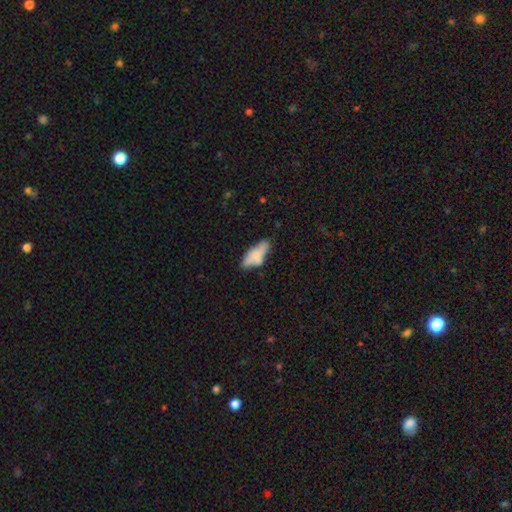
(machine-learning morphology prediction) This appears to be a smooth galaxy with no disk features (63%) that is in between round and cigar-shaped (72%). Merging: none (52%).